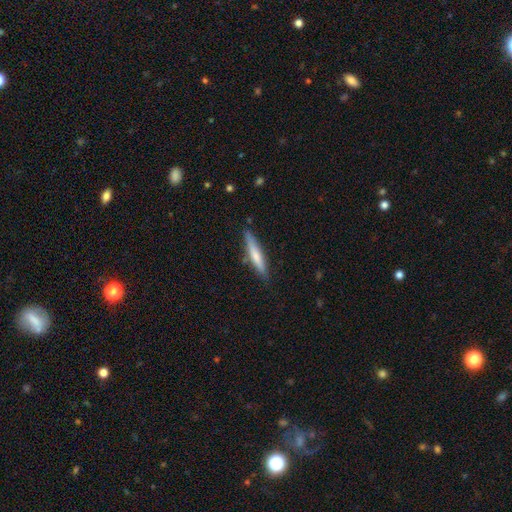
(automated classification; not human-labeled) A smooth galaxy with no disk features (64%) that is cigar-shaped (89%).

Vote fractions:
- Smooth or featured? smooth: 64% / featured or disk: 30% / star or artifact: 6%
- How rounded? cigar-shaped: 89% / in between: 10% / round: 1%
- Merging? none: 82% / minor disturbance: 13% / merger: 2% / major disturbance: 2%